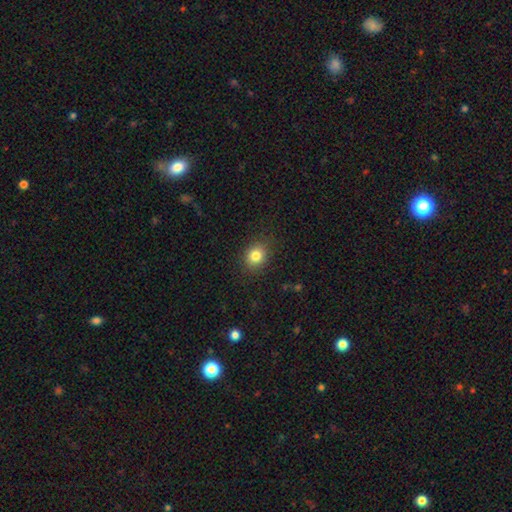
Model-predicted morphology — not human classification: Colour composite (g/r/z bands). It shows a smooth galaxy with no disk features (82%) that is round (67%). Merging: none (86%).